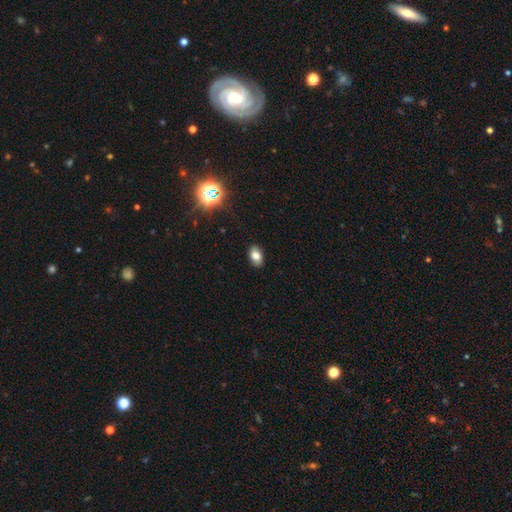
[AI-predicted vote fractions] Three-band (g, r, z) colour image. It shows a smooth galaxy with no disk features (77%) that is in between round and cigar-shaped (87%). Merging: none (88%).